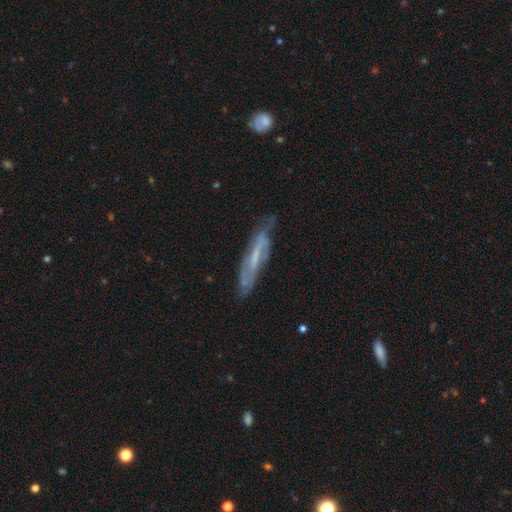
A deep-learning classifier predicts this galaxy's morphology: Overall: featured or disk (63%; smooth 29%). Edge-on disk: no (52%; yes 48%). Merging: none (65%).